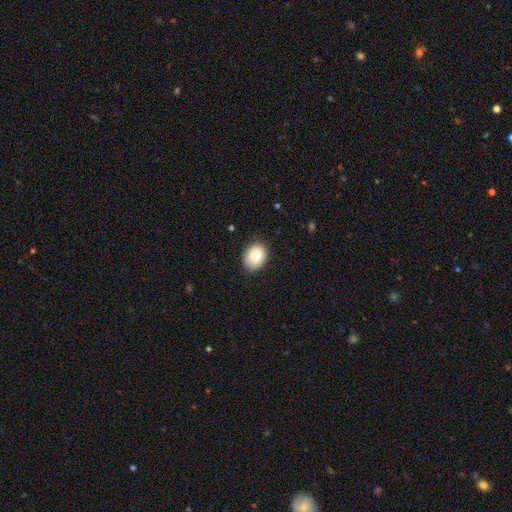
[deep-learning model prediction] smooth_or_featured: smooth (p=0.87) [alt: star or artifact p=0.07]
how_rounded: round (p=0.53) [alt: in between p=0.46]
merging: none (p=0.82) [alt: minor disturbance p=0.15]